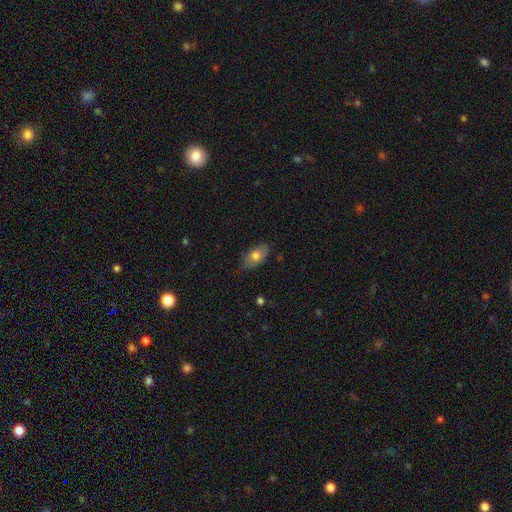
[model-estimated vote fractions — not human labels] A smooth galaxy with no disk features (74%) that is in between round and cigar-shaped (87%). Merging: none (68%).